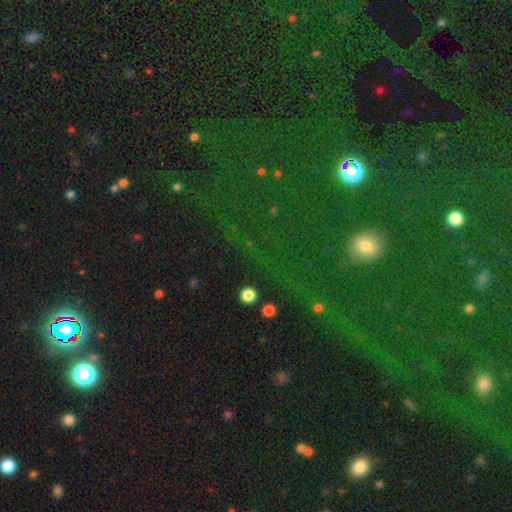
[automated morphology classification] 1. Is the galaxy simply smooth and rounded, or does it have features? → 63% star or artifact, 28% smooth, 9% featured or disk.